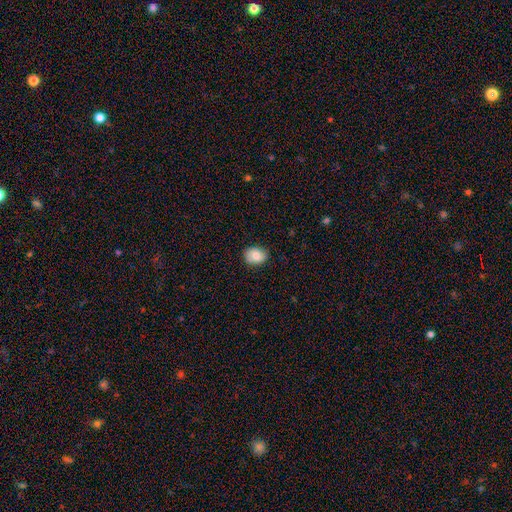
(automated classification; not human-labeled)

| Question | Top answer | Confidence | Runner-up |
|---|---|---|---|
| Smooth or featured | smooth | 83% | featured or disk (10%) |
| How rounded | in between | 60% | round (39%) |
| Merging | none | 84% | minor disturbance (13%) |